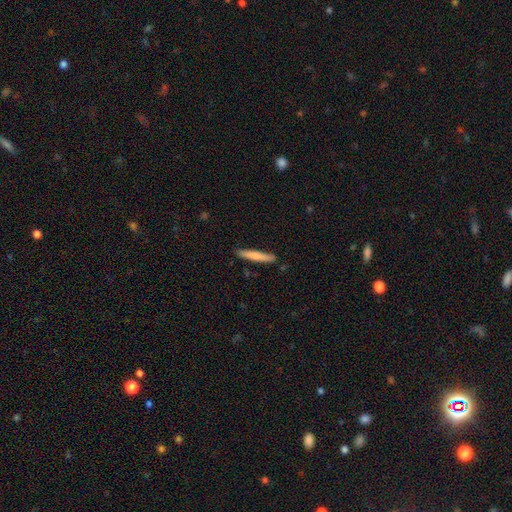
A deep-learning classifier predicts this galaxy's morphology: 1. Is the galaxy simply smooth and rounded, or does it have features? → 73% smooth, 22% featured or disk, 5% star or artifact.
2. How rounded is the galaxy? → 94% cigar-shaped, 5% in between, 1% round.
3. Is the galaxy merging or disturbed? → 87% none, 10% minor disturbance, 2% major disturbance, 2% merger.